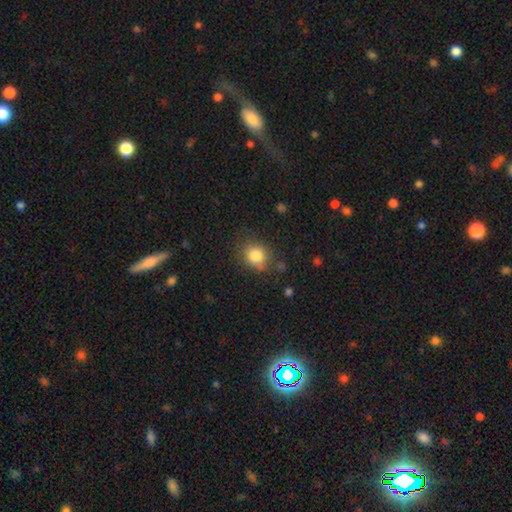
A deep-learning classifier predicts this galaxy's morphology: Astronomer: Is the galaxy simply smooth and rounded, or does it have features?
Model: smooth — 82%.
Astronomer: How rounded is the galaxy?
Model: round — 75%.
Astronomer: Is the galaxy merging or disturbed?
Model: none — 76%.